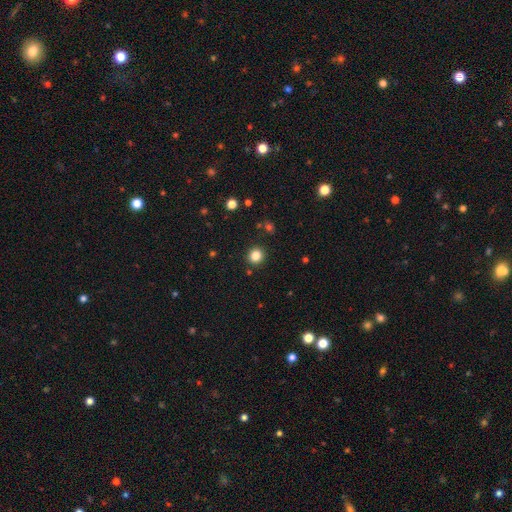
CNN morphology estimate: Smooth or featured: smooth — 84% (star or artifact — 12%)
How rounded: round — 89% (in between — 10%)
Merging: none — 90% (minor disturbance — 6%)